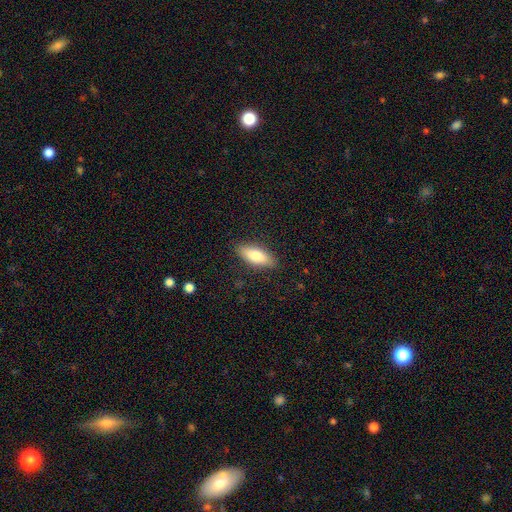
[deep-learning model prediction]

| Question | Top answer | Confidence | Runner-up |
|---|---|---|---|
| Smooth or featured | smooth | 77% | featured or disk (17%) |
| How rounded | in between | 69% | cigar-shaped (29%) |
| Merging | none | 87% | minor disturbance (9%) |